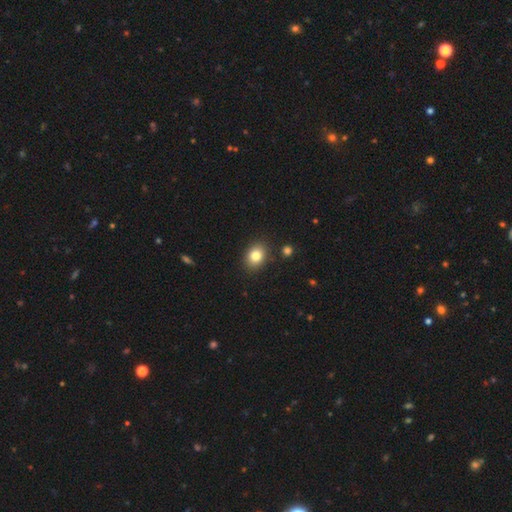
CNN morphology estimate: smooth_or_featured: smooth (p=0.82) [alt: star or artifact p=0.10]
how_rounded: in between (p=0.57) [alt: round p=0.42]
merging: none (p=0.86) [alt: minor disturbance p=0.09]